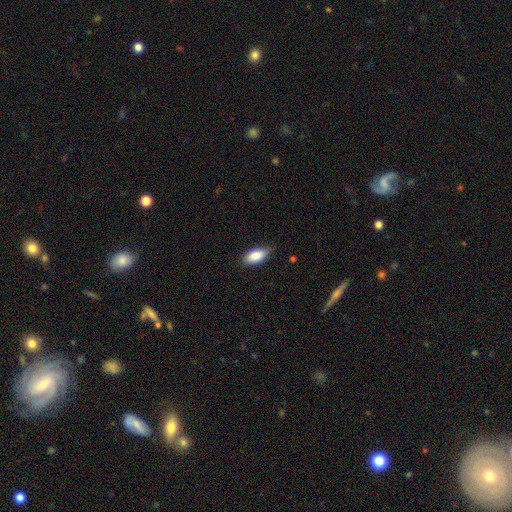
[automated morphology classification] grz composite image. It shows a smooth galaxy with no disk features (86%) that is in between round and cigar-shaped (89%). Merging: none (76%).